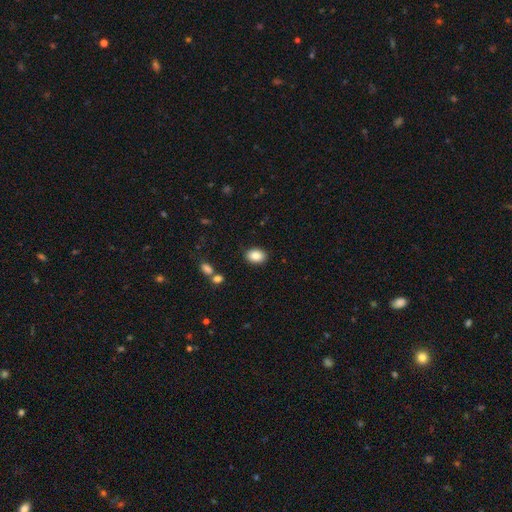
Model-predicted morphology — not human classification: type=smooth (87%); roundness=in between (77%); merging=none (88%).